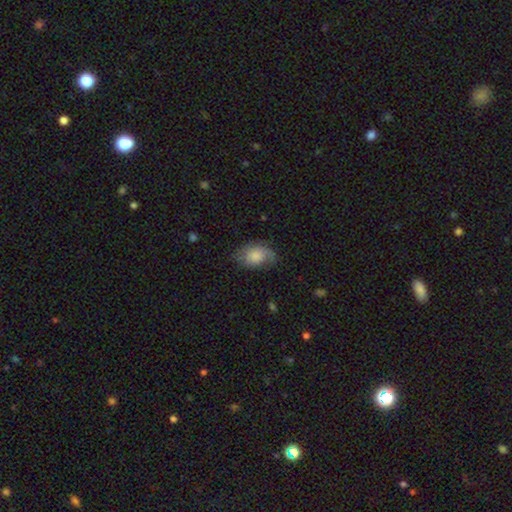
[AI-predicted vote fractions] smooth_or_featured: smooth (p=0.60) [alt: featured or disk p=0.33]
how_rounded: in between (p=0.80) [alt: round p=0.18]
merging: none (p=0.57) [alt: minor disturbance p=0.28]